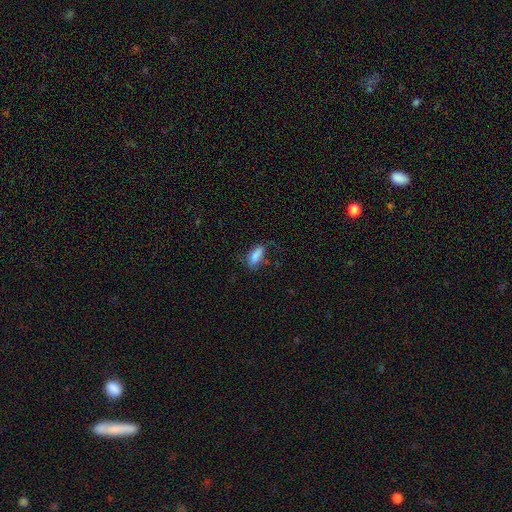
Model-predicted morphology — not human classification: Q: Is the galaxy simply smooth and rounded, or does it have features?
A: smooth — 82%.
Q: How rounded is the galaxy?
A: in between — 71%.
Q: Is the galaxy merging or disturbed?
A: none — 58%.